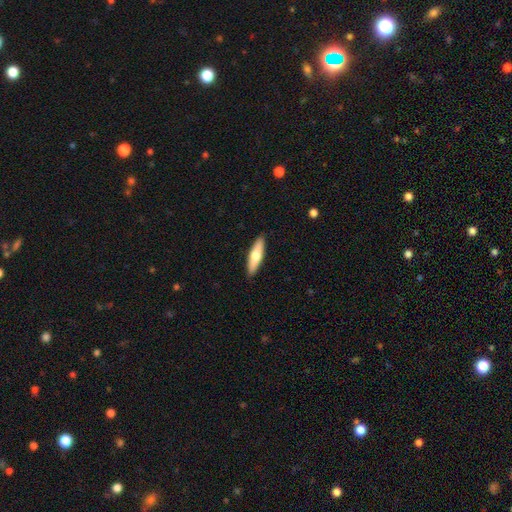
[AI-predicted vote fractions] Smooth or featured? smooth (60%)
How rounded? cigar-shaped (68%)
Merging? none (90%)